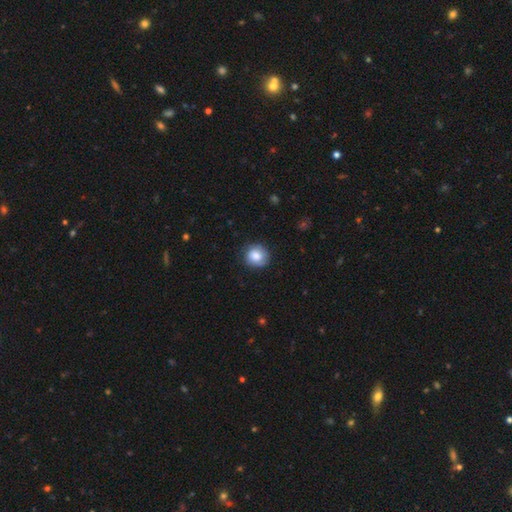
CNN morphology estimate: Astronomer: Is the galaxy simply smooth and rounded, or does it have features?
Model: smooth — 77%.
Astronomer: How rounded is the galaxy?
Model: round — 88%.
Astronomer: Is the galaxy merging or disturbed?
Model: none — 78%.